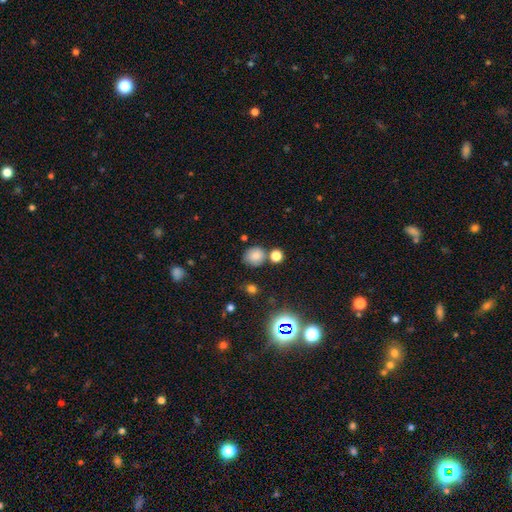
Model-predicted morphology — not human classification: Smooth or featured: smooth — 76% (star or artifact — 15%)
How rounded: round — 76% (in between — 23%)
Merging: none — 67% (minor disturbance — 15%)